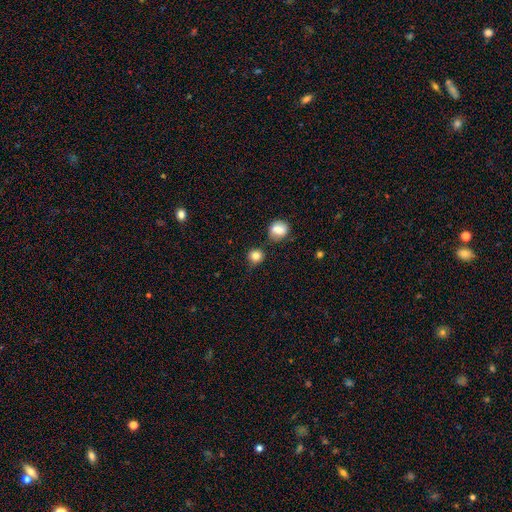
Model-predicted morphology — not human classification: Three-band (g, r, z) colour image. It shows a smooth galaxy with no disk features (83%) that is round (88%). Merging: none (76%).